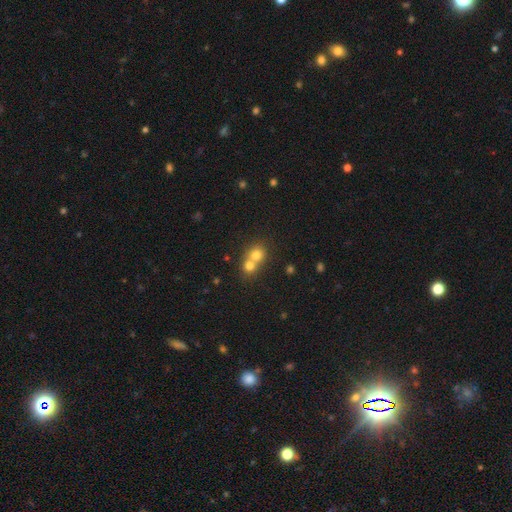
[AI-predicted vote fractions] smooth 73%, featured or disk 14%, star or artifact 12%. Down the decision tree: how rounded — round (79%); merging — merger (62%).